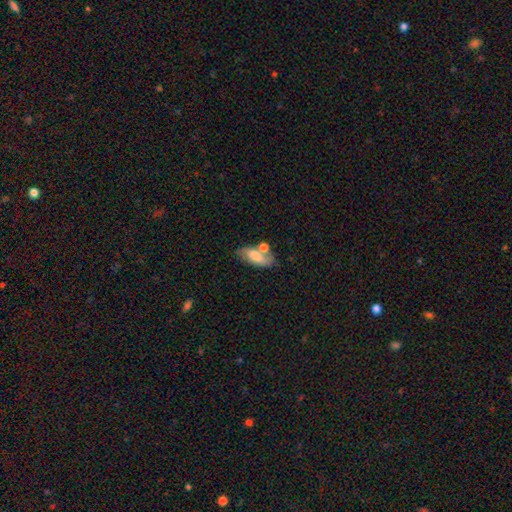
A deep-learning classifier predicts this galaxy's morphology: smooth_or_featured: smooth (p=0.62) [alt: featured or disk p=0.31]
how_rounded: in between (p=0.83) [alt: cigar-shaped p=0.12]
merging: none (p=0.48) [alt: merger p=0.26]